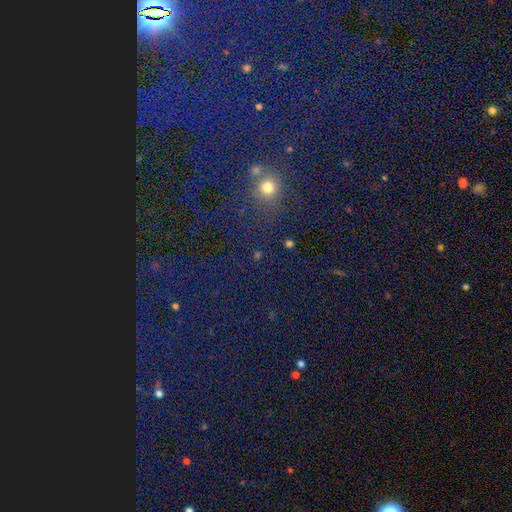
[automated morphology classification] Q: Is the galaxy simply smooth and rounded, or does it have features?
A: star or artifact — 72%.